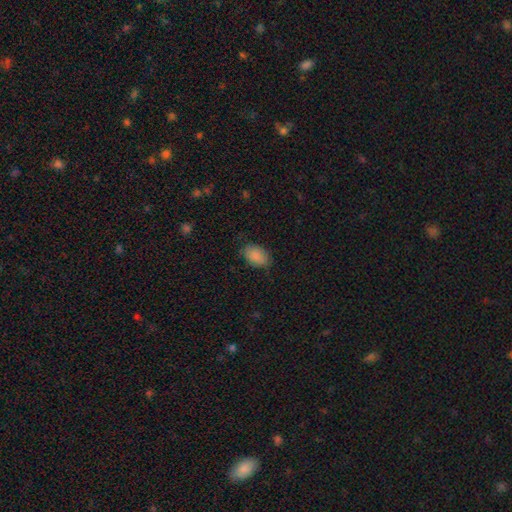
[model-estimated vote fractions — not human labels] Smooth or featured: smooth — 88% (star or artifact — 7%)
How rounded: in between — 88% (round — 11%)
Merging: none — 81% (minor disturbance — 14%)